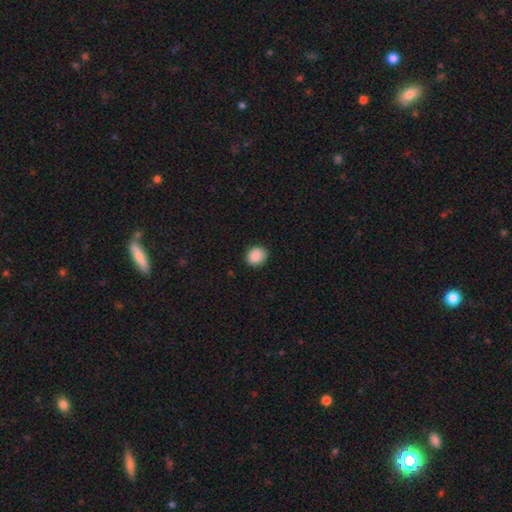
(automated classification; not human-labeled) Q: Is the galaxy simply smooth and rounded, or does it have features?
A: smooth — 89%.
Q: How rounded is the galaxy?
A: round — 63%.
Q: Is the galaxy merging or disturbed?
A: none — 87%.